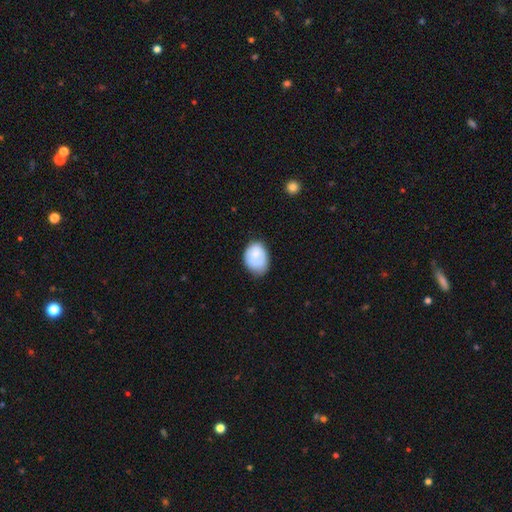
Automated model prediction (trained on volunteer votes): Morphology: type=smooth (77%); roundness=in between (72%); merging=none (58%).